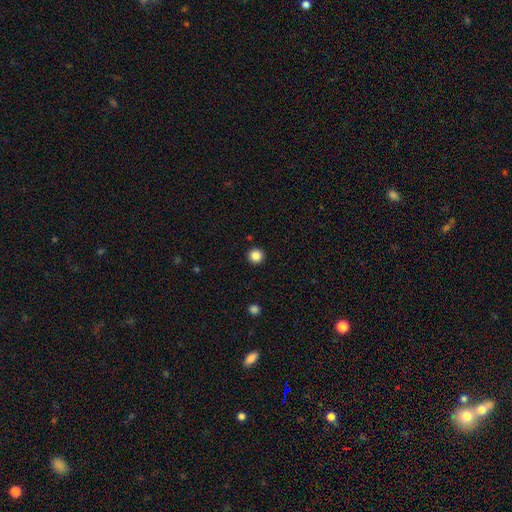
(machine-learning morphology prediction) This appears to be a smooth galaxy with no disk features (86%) that is round (96%). Merging: none (93%).